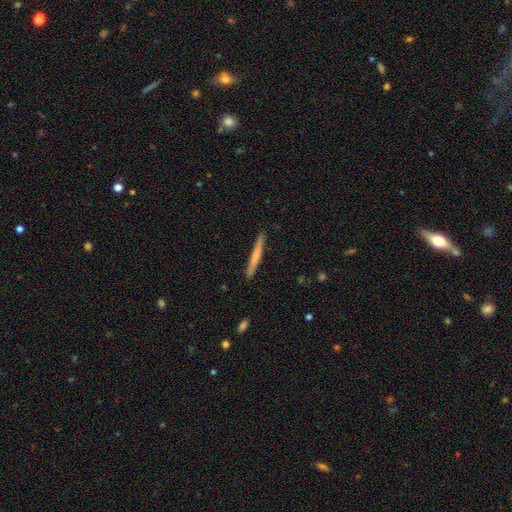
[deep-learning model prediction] Q: Smooth or featured?
A: smooth (54%); runner-up: featured or disk (41%)
Q: How rounded?
A: cigar-shaped (97%); runner-up: in between (2%)
Q: Merging?
A: none (91%); runner-up: minor disturbance (7%)